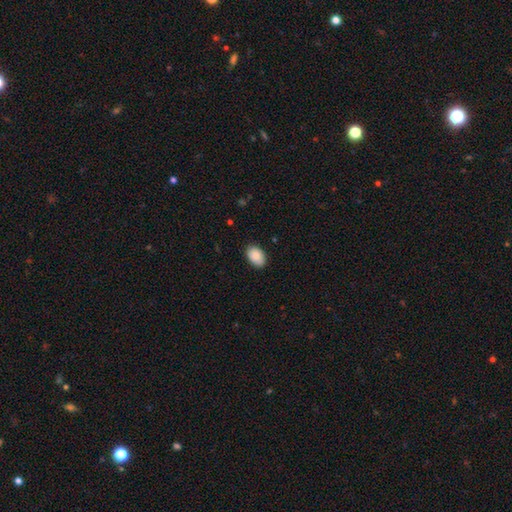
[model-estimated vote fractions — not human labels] Smooth or featured?
  - smooth: 89% *
  - star or artifact: 6%
  - featured or disk: 5%
How rounded?
  - in between: 90% *
  - round: 9%
  - cigar-shaped: 1%
Merging?
  - none: 87% *
  - minor disturbance: 10%
  - major disturbance: 2%
  - merger: 1%